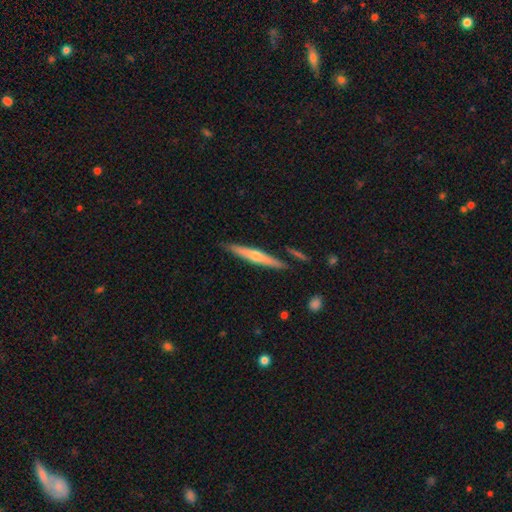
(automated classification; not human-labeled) This appears to be a featured or disk galaxy (56%) viewed edge-on (96%) with a rounded central bulge (77%). Merging: none (87%).